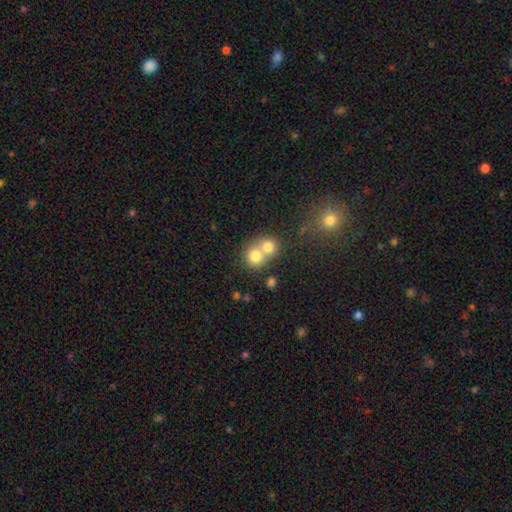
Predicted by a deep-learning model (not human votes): smooth 74%, featured or disk 15%, star or artifact 11%. Down the decision tree: how rounded — round (81%); merging — merger (63%).